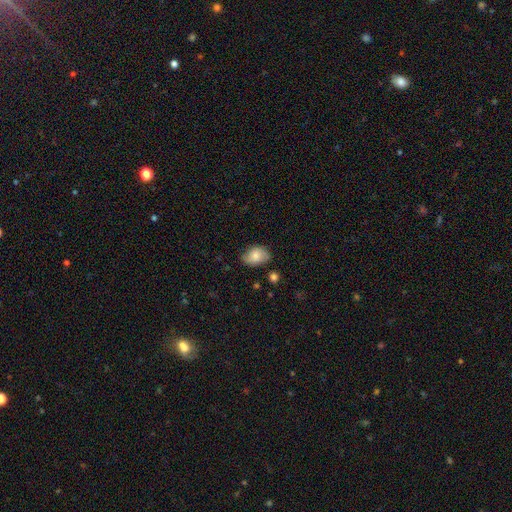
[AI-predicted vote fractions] Q: Smooth or featured?
A: smooth (74%); runner-up: featured or disk (19%)
Q: How rounded?
A: in between (82%); runner-up: round (17%)
Q: Merging?
A: none (72%); runner-up: minor disturbance (21%)